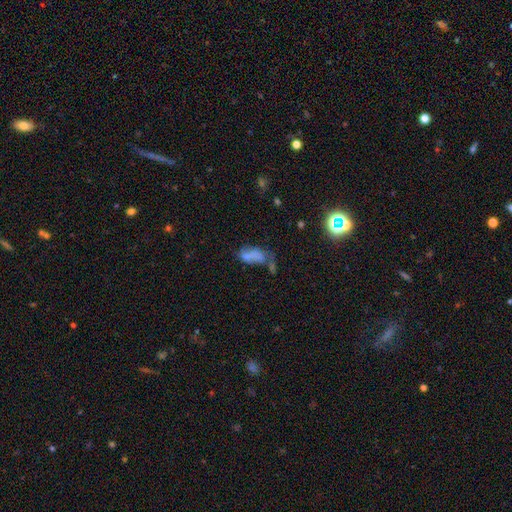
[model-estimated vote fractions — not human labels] Overall: smooth (43%; featured or disk 30%). Merging: none (31%; major disturbance 26%).